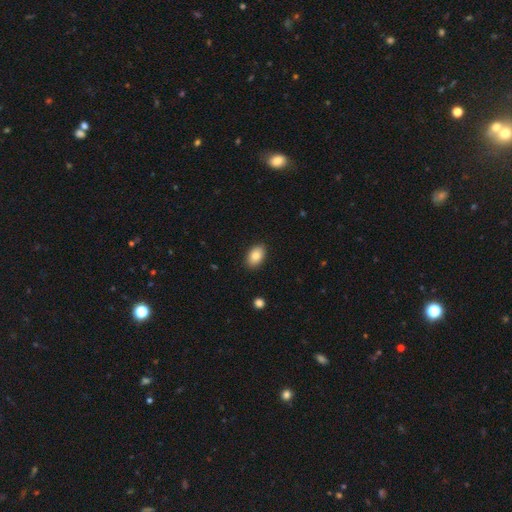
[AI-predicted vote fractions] Overall: smooth (85%). How rounded: in between (90%). Merging: none (88%).